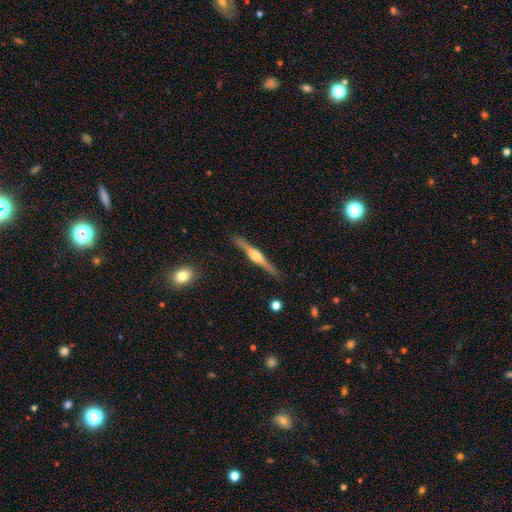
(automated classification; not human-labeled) Morphology: type=featured or disk (77%); edge-on=yes (98%); edge-on bulge=rounded (92%); merging=none (89%).